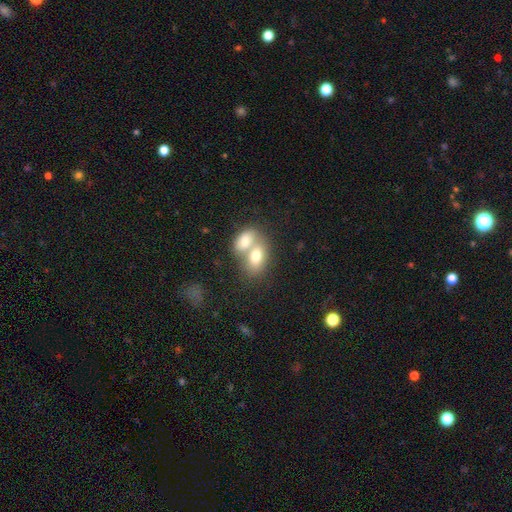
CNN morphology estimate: smooth_or_featured: smooth (p=0.73) [alt: featured or disk p=0.19]
how_rounded: in between (p=0.84) [alt: round p=0.13]
merging: merger (p=0.69) [alt: none p=0.21]